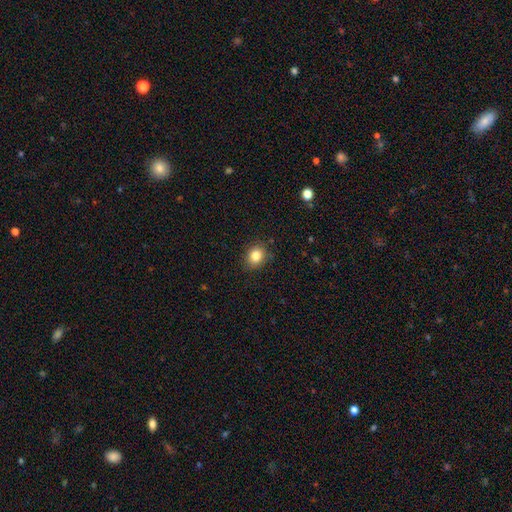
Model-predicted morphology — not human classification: The model was most divided on "how rounded": round: 60%, in between: 39%, cigar-shaped: 1%. More confident: merging — none (86%); smooth or featured — smooth (83%).